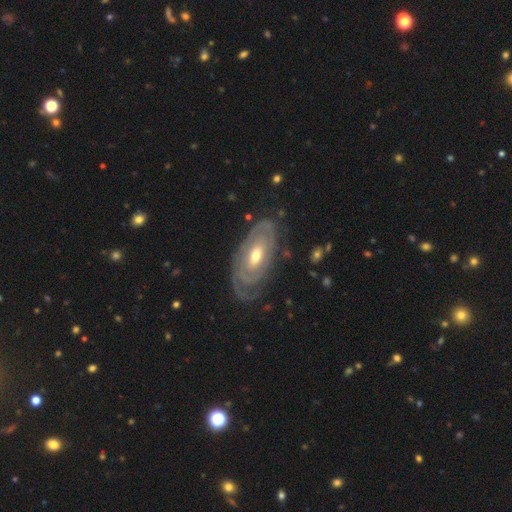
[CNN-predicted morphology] featured or disk 84%, smooth 12%, star or artifact 4%. Down the decision tree: edge-on disk — no (93%); bar — no (63%); spiral arms — yes (86%); spiral arm count — can't tell (41%); spiral winding — tight (78%); bulge size — moderate (63%); merging — none (72%).